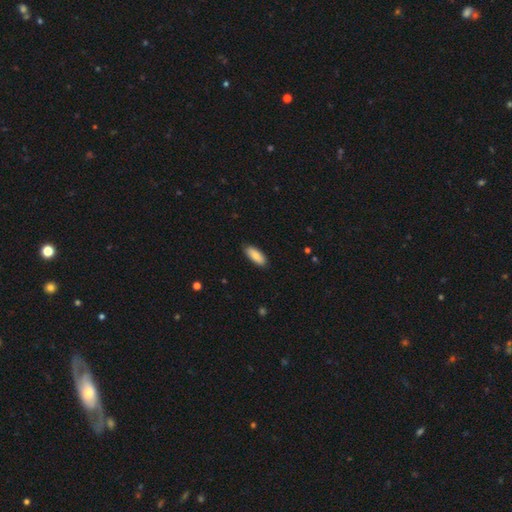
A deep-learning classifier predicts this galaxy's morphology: A smooth galaxy with no disk features (85%) that is in between round and cigar-shaped (77%).

Vote fractions:
- Smooth or featured? smooth: 85% / featured or disk: 10% / star or artifact: 6%
- How rounded? in between: 77% / cigar-shaped: 22% / round: 2%
- Merging? none: 87% / minor disturbance: 11% / major disturbance: 2% / merger: 1%